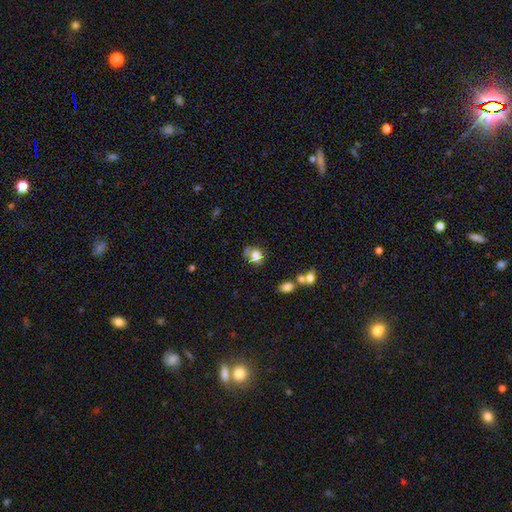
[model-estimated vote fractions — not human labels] smooth_or_featured: smooth (p=0.77) [alt: featured or disk p=0.13]
how_rounded: round (p=0.52) [alt: in between p=0.47]
merging: none (p=0.47) [alt: minor disturbance p=0.30]